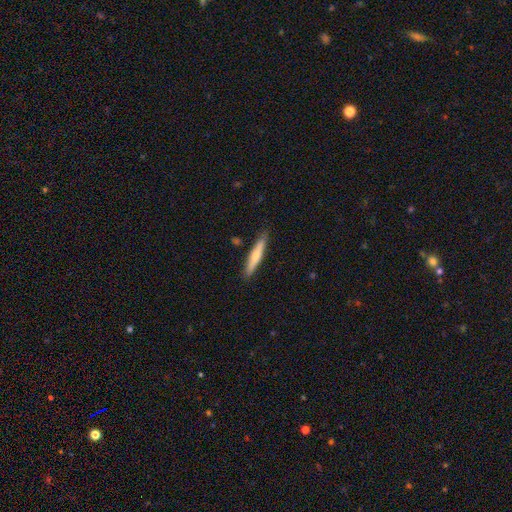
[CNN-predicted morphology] smooth 56%, featured or disk 39%, star or artifact 6%. Down the decision tree: how rounded — cigar-shaped (91%); merging — none (86%).